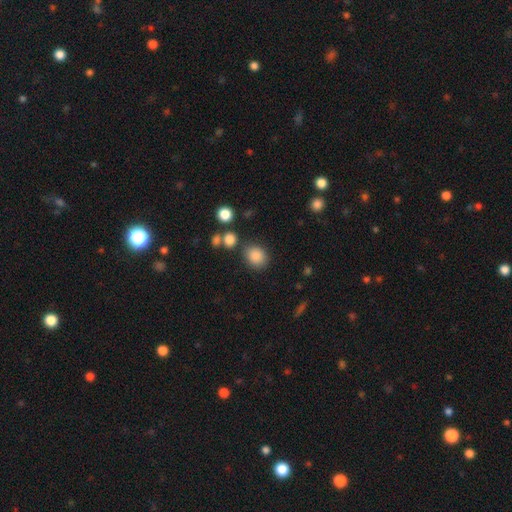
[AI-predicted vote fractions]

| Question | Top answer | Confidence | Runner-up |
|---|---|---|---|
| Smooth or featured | smooth | 85% | star or artifact (10%) |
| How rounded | round | 64% | in between (35%) |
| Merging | none | 78% | minor disturbance (12%) |